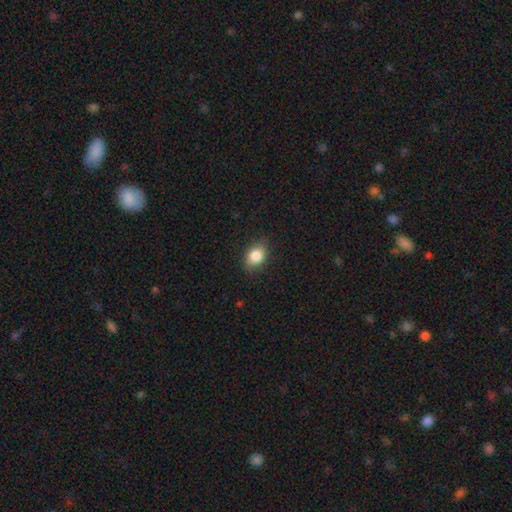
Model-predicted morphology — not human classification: Smooth or featured? smooth (84%)
How rounded? in between (75%)
Merging? none (84%)